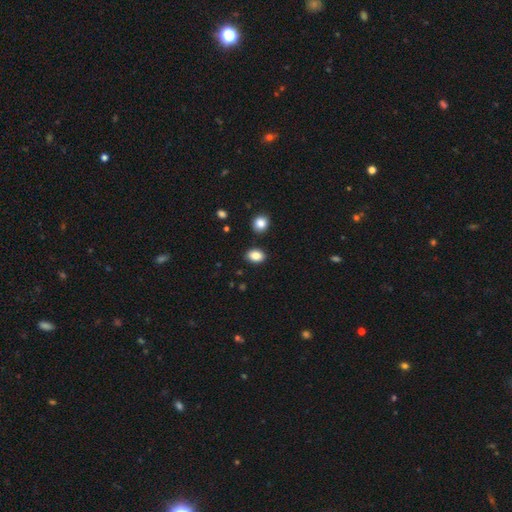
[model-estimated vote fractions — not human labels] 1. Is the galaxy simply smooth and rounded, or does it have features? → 86% smooth, 9% star or artifact, 5% featured or disk.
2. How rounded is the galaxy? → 76% in between, 22% round, 1% cigar-shaped.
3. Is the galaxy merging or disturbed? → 86% none, 9% minor disturbance, 4% merger, 2% major disturbance.